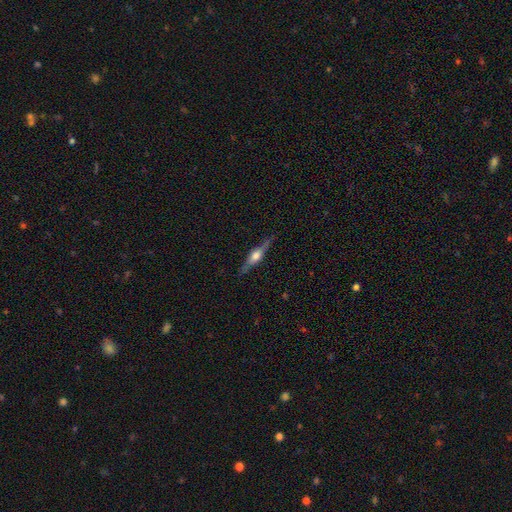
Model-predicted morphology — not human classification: smooth-or-featured: featured or disk: 76% | smooth: 18% | star or artifact: 6%
  disk-edge-on: yes: 97% | no: 3%
    edge-on-bulge: rounded: 88% | boxy: 10% | none: 2%
  merging: none: 86% | minor disturbance: 11% | major disturbance: 2% | merger: 1%